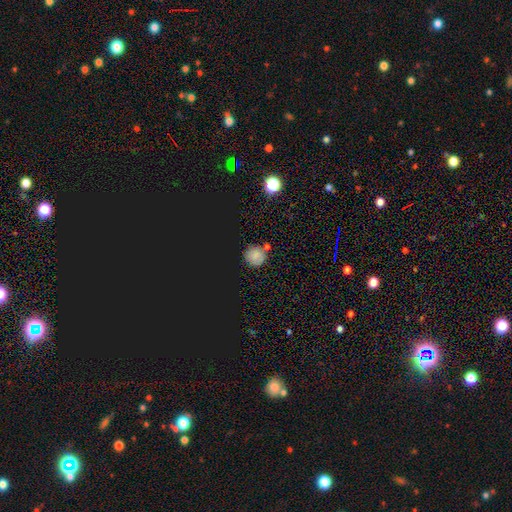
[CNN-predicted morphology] A smooth galaxy with no disk features (64%) that is round (93%).

Vote fractions:
- Smooth or featured? smooth: 64% / star or artifact: 27% / featured or disk: 9%
- How rounded? round: 93% / in between: 6% / cigar-shaped: 1%
- Merging? none: 80% / minor disturbance: 11% / merger: 6% / major disturbance: 3%